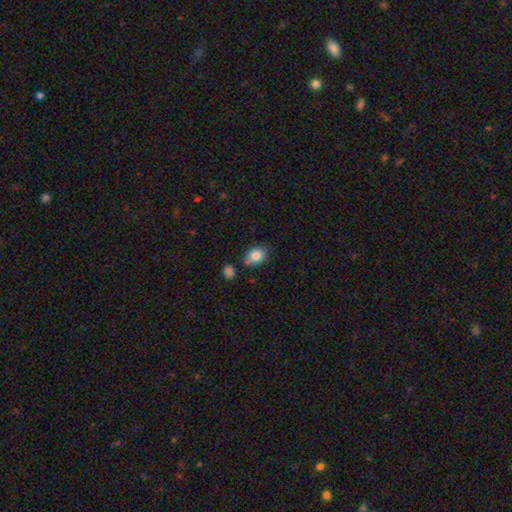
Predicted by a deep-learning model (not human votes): Overall: smooth (84%). How rounded: in between (59%; round 39%). Merging: none (70%).